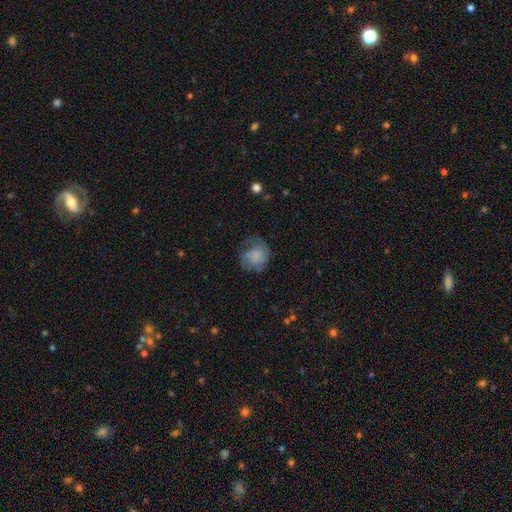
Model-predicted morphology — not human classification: smooth-or-featured: smooth: 59% | featured or disk: 32% | star or artifact: 9%
  how-rounded: round: 73% | in between: 26% | cigar-shaped: 1%
  merging: none: 51% | minor disturbance: 26% | major disturbance: 22% | merger: 1%